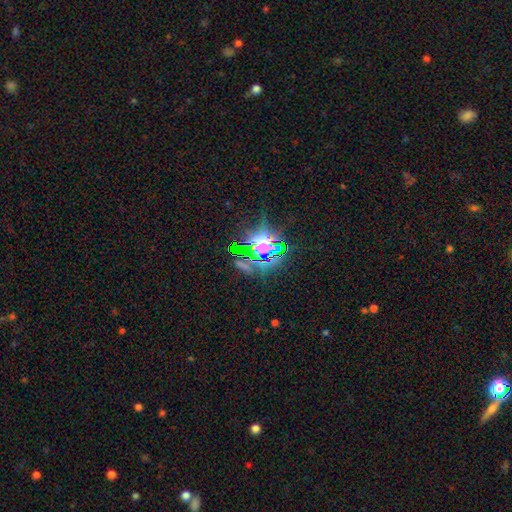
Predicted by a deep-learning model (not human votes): smooth-or-featured: star or artifact: 81% | smooth: 10% | featured or disk: 9%